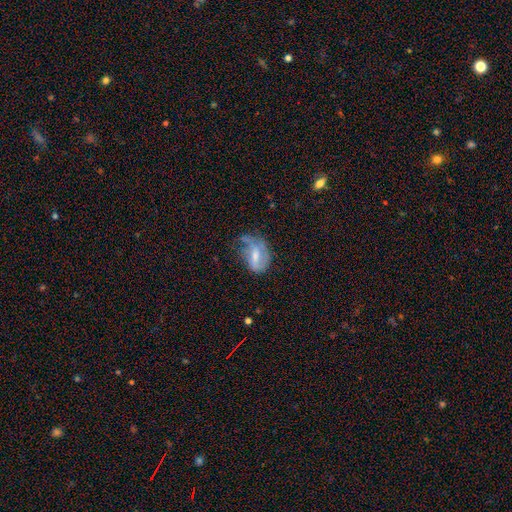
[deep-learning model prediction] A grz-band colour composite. It shows a featured or disk galaxy (54%) with a weak bar (47%), spiral arms (61%) and a moderate central bulge (43%). Merging: none (34%).